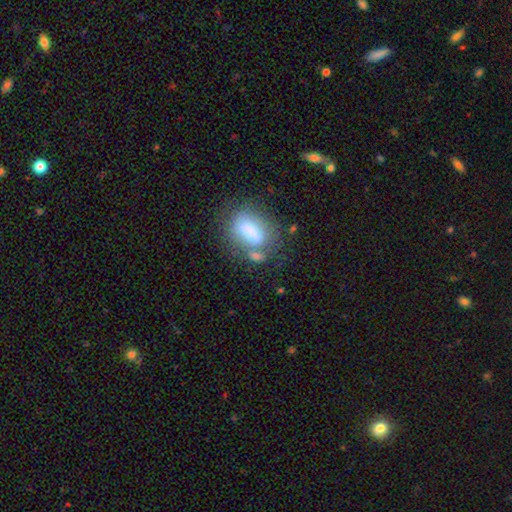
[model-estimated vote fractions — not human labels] A smooth galaxy with no disk features (65%) that is in between round and cigar-shaped (72%). Merging: none (38%).